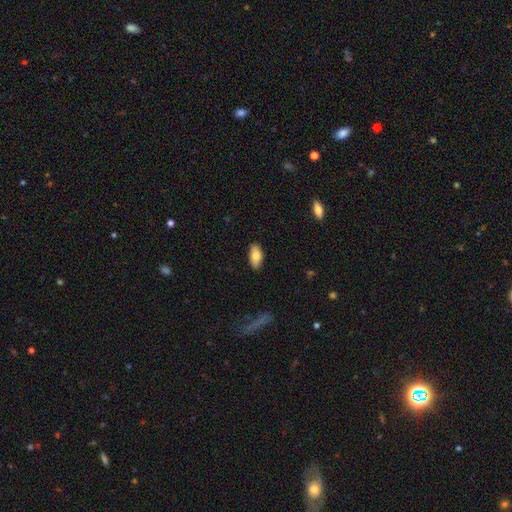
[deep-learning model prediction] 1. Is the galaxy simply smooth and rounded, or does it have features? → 82% smooth, 12% featured or disk, 6% star or artifact.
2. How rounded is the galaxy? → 90% in between, 7% cigar-shaped, 2% round.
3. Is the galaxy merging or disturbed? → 87% none, 10% minor disturbance, 2% major disturbance, 1% merger.